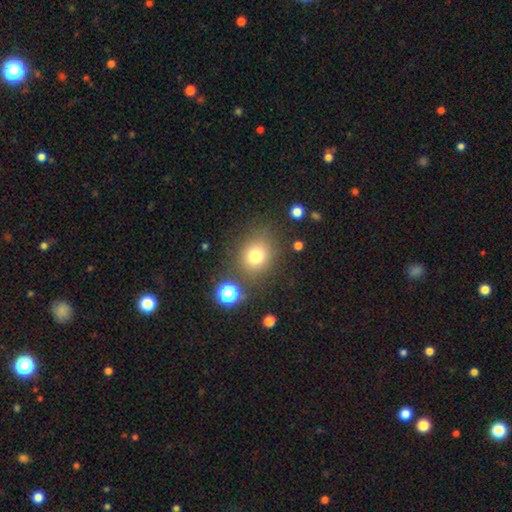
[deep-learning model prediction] This is likely a smooth galaxy (76%). How rounded: likely round (74%). Merging: likely none (77%).